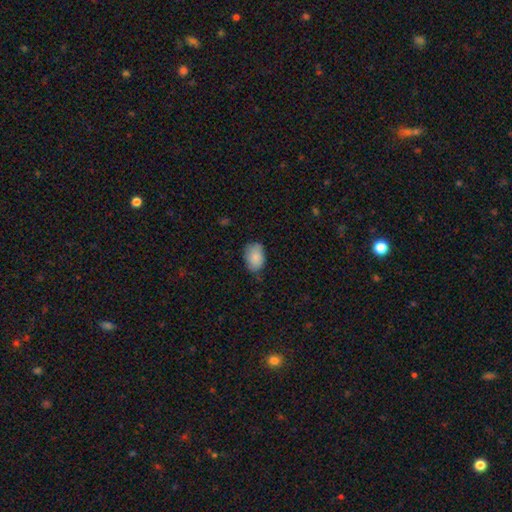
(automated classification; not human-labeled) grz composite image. It shows a smooth galaxy with no disk features (86%) that is in between round and cigar-shaped (83%). Merging: none (67%).